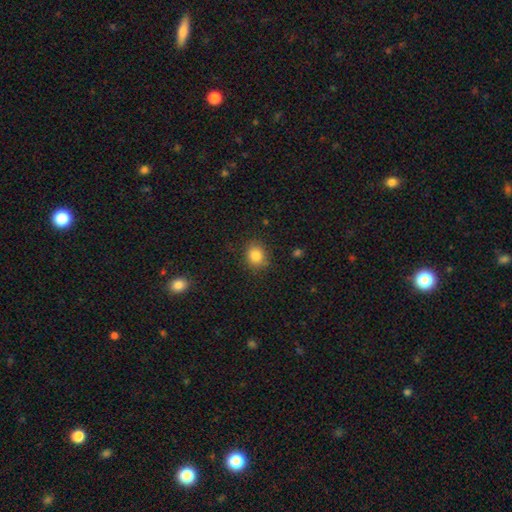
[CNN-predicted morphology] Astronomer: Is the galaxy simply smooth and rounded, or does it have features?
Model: smooth — 85%.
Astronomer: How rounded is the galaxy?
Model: round — 70%.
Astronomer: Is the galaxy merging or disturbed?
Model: none — 82%.